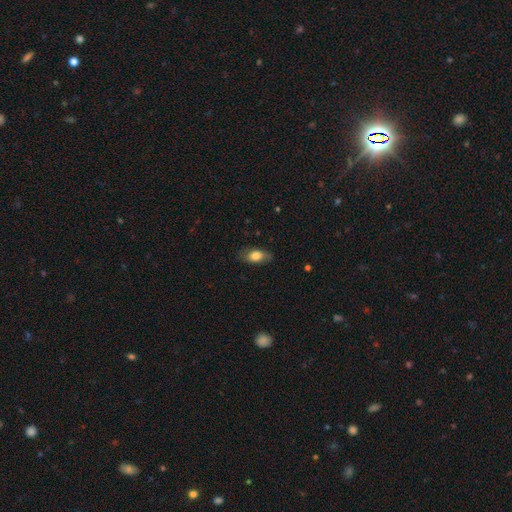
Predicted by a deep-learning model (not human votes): Smooth or featured?
  - smooth: 74% *
  - featured or disk: 19%
  - star or artifact: 7%
How rounded?
  - in between: 88% *
  - round: 6%
  - cigar-shaped: 6%
Merging?
  - none: 76% *
  - minor disturbance: 18%
  - major disturbance: 5%
  - merger: 1%